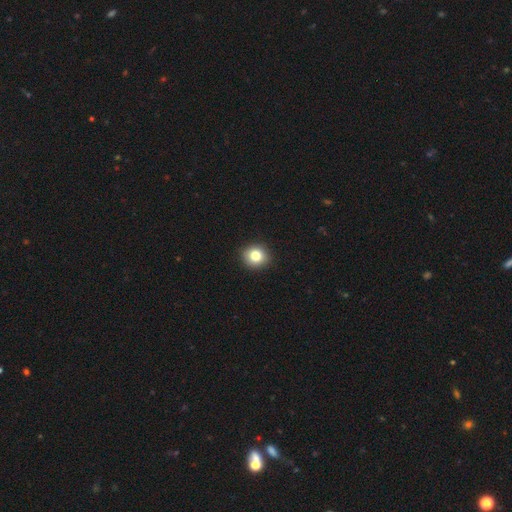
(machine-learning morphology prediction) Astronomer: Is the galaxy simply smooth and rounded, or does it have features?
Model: smooth — 83%.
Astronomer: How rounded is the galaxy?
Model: round — 85%.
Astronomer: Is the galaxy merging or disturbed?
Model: none — 92%.